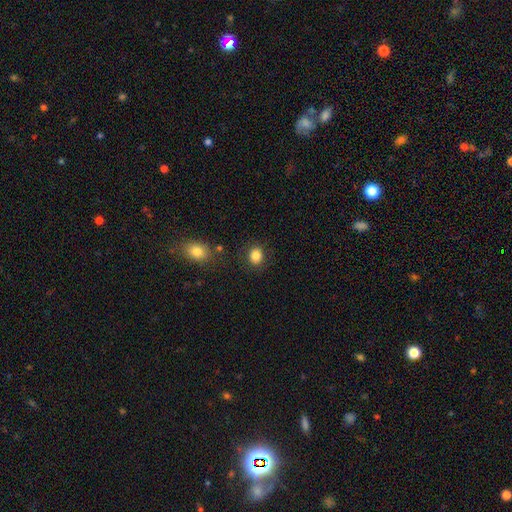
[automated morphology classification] Smooth or featured? smooth (85%)
How rounded? round (62%)
Merging? none (83%)